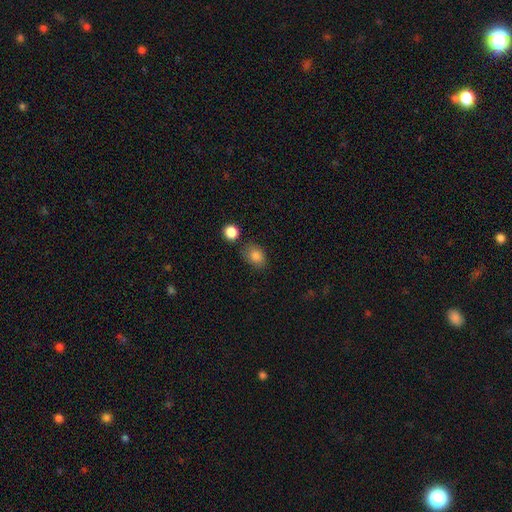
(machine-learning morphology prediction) smooth_or_featured: smooth (p=0.84) [alt: star or artifact p=0.09]
how_rounded: in between (p=0.66) [alt: round p=0.33]
merging: none (p=0.72) [alt: minor disturbance p=0.17]